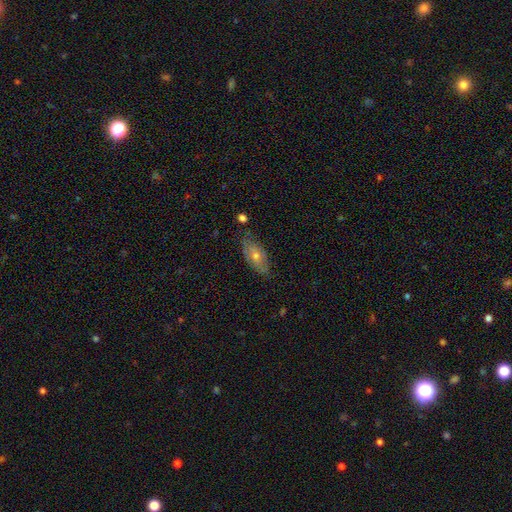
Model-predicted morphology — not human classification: Q: Smooth or featured?
A: featured or disk (56%); runner-up: smooth (35%)
Q: Edge-on disk?
A: no (81%); runner-up: yes (19%)
Q: Merging?
A: none (74%); runner-up: minor disturbance (19%)